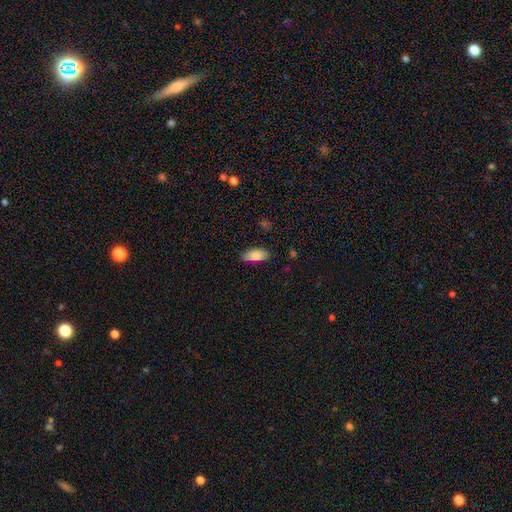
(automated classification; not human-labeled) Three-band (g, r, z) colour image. It shows a smooth galaxy with no disk features (86%) that is in between round and cigar-shaped (89%). Merging: none (80%).